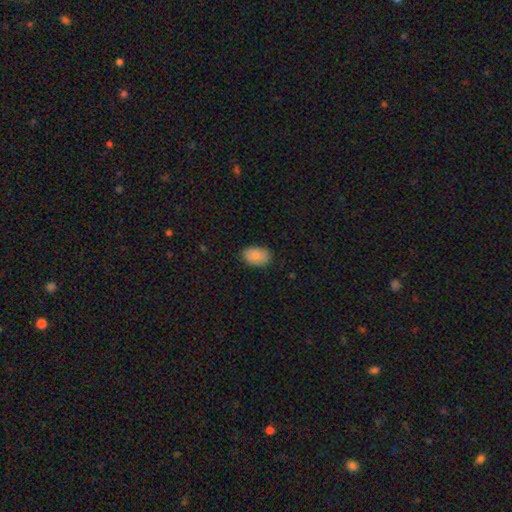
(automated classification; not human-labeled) Morphology: type=smooth (87%); roundness=in between (87%); merging=none (84%).